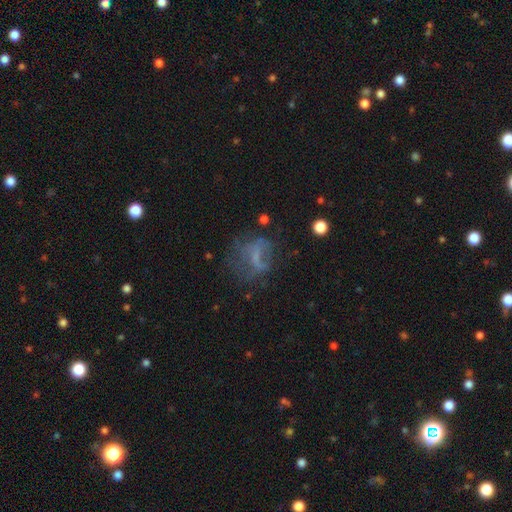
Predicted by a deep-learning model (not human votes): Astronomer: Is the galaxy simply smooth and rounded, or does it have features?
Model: featured or disk — 44% (runner-up: smooth, 35%).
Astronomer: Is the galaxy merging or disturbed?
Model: none — 45% (runner-up: major disturbance, 32%).